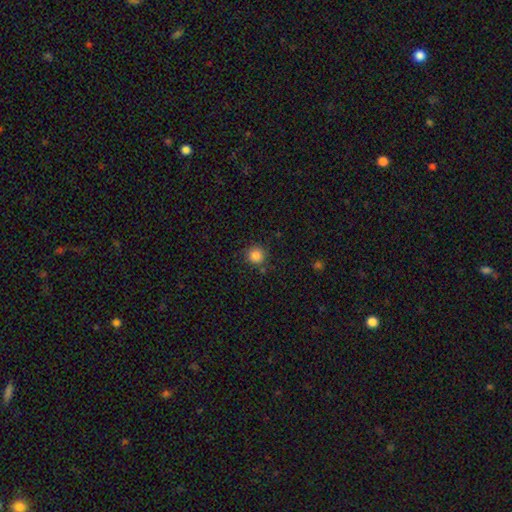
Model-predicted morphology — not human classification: A smooth galaxy with no disk features (85%) that is round (93%).

Vote fractions:
- Smooth or featured? smooth: 85% / star or artifact: 11% / featured or disk: 4%
- How rounded? round: 93% / in between: 6% / cigar-shaped: 1%
- Merging? none: 83% / minor disturbance: 10% / merger: 4% / major disturbance: 3%